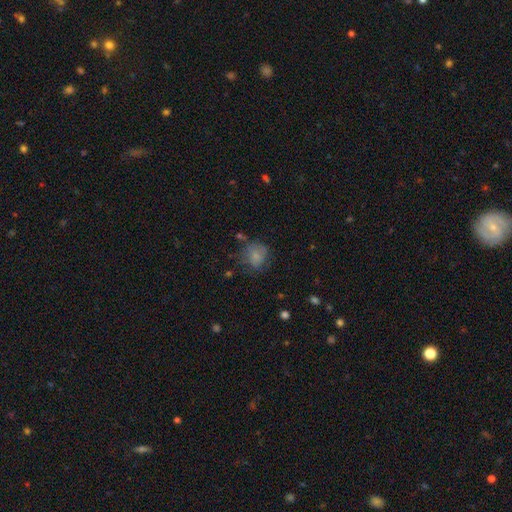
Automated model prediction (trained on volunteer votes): smooth_or_featured: smooth (p=0.74) [alt: featured or disk p=0.15]
how_rounded: round (p=0.76) [alt: in between p=0.24]
merging: none (p=0.55) [alt: minor disturbance p=0.26]